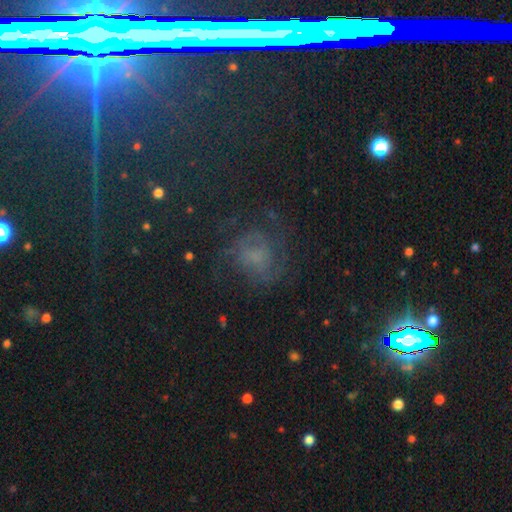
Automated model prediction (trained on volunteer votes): A featured or disk galaxy (40%).

Vote fractions:
- Smooth or featured? featured or disk: 40% / star or artifact: 35% / smooth: 25%
- Merging? none: 62% / minor disturbance: 18% / major disturbance: 17% / merger: 2%